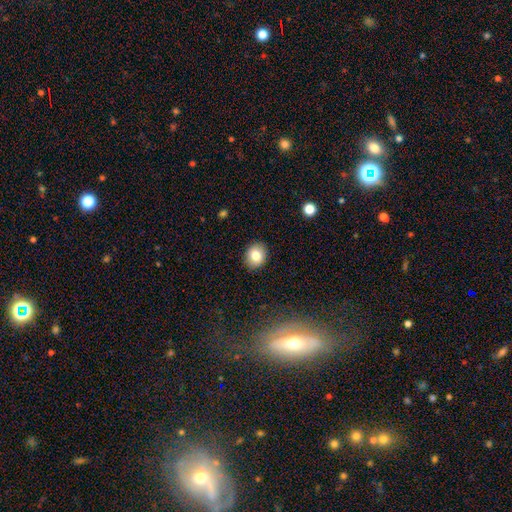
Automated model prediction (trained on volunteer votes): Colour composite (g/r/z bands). It shows a smooth galaxy with no disk features (81%) that is round (70%). Merging: none (90%).